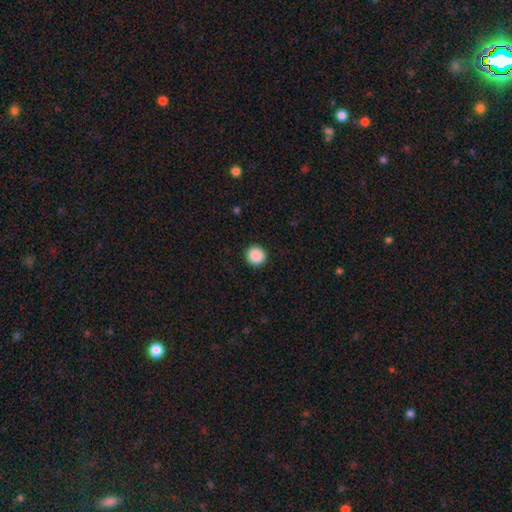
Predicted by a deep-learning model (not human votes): A smooth galaxy with no disk features (89%) that is round (95%).

Vote fractions:
- Smooth or featured? smooth: 89% / star or artifact: 8% / featured or disk: 2%
- How rounded? round: 95% / in between: 4% / cigar-shaped: 1%
- Merging? none: 93% / minor disturbance: 4% / major disturbance: 2% / merger: 1%